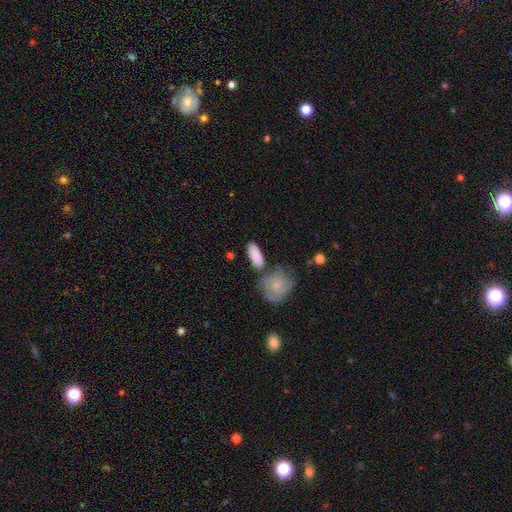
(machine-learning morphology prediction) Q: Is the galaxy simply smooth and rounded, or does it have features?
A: smooth — 82%.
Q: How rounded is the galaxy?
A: in between — 82%.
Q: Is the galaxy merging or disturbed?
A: none — 65%.